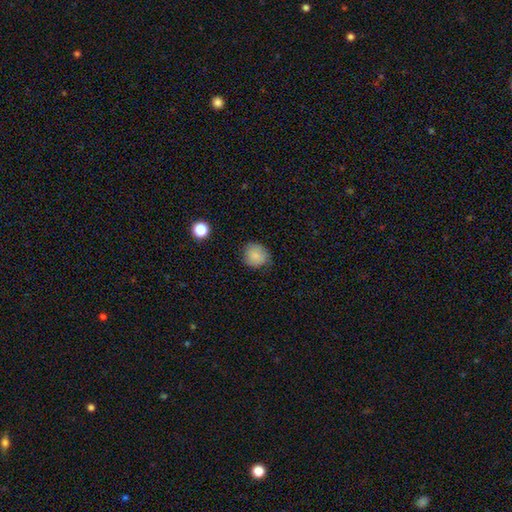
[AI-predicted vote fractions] smooth 84%, star or artifact 10%, featured or disk 6%. Down the decision tree: how rounded — round (88%); merging — none (78%).